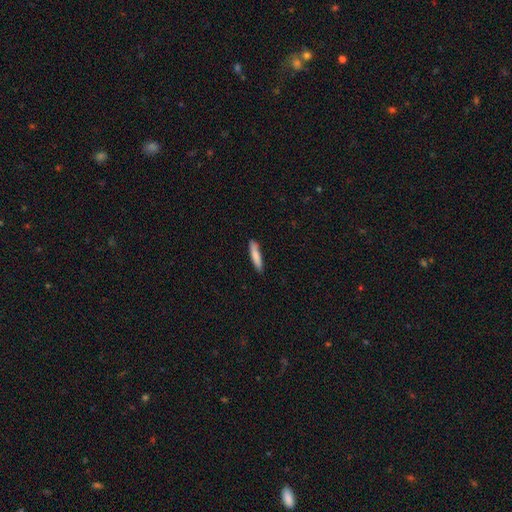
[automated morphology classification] A smooth galaxy with no disk features (84%) that is cigar-shaped (87%).

Vote fractions:
- Smooth or featured? smooth: 84% / featured or disk: 11% / star or artifact: 6%
- How rounded? cigar-shaped: 87% / in between: 12% / round: 1%
- Merging? none: 87% / minor disturbance: 10% / major disturbance: 2% / merger: 1%